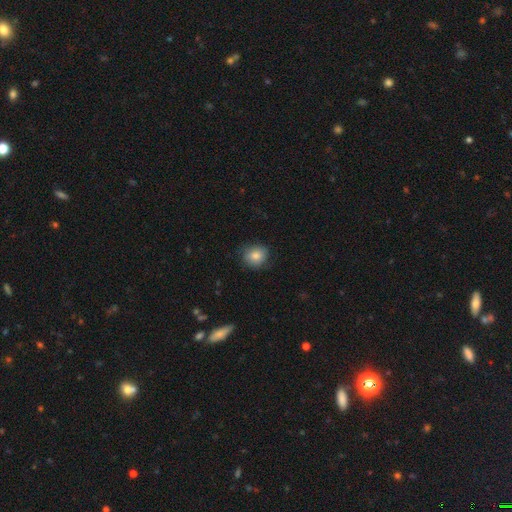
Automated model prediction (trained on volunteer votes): Smooth or featured? Predicted: smooth (p=0.82). How rounded? Predicted: round (p=0.76). Merging? Predicted: none (p=0.78).